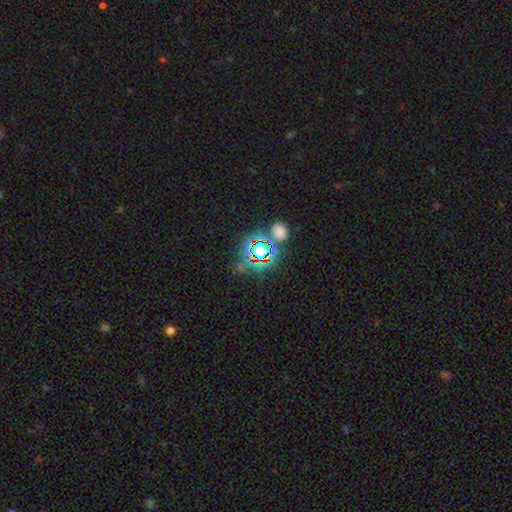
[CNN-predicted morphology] star or artifact 75%, smooth 16%, featured or disk 9%.